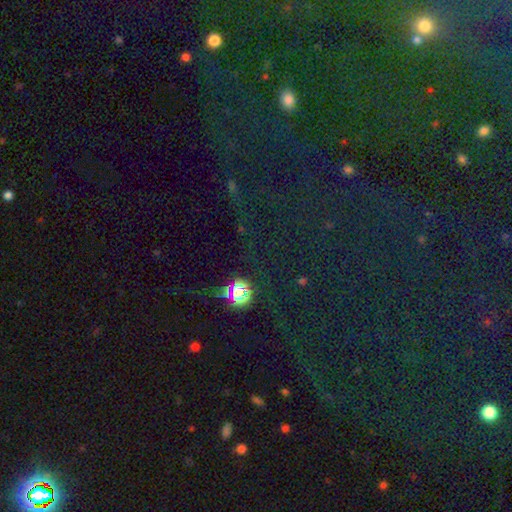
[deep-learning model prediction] Smooth or featured: star or artifact — 78% (smooth — 14%)